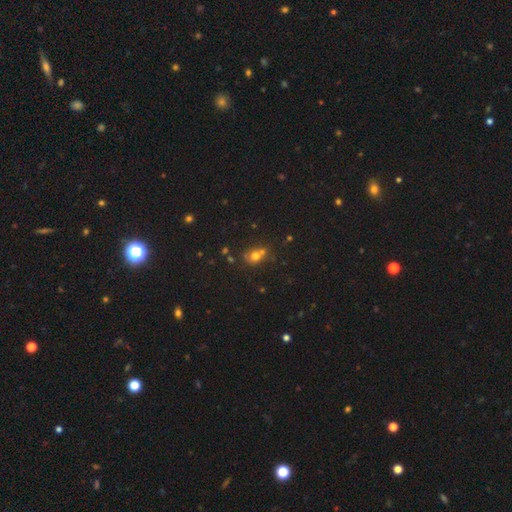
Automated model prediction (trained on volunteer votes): A smooth galaxy with no disk features (67%) that is round (66%). Merging: none (45%).